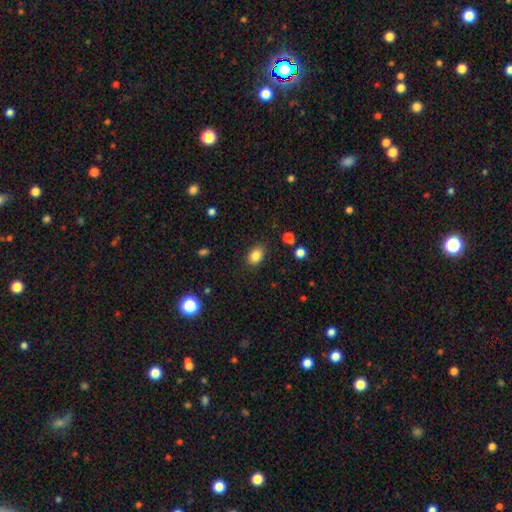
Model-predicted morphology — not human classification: Overall: smooth (85%). How rounded: in between (75%). Merging: none (84%).